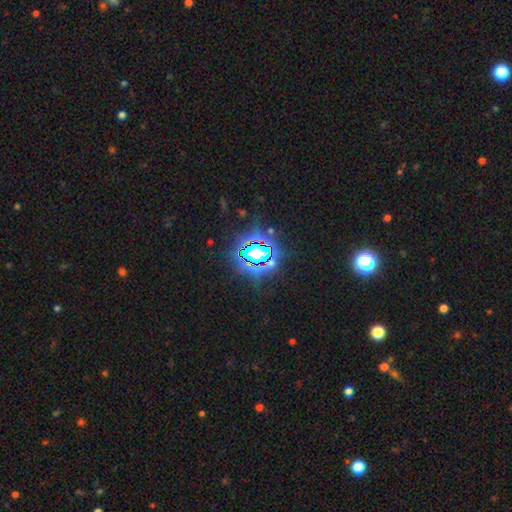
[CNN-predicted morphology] This appears to be a star or artifact, not a galaxy (74%).